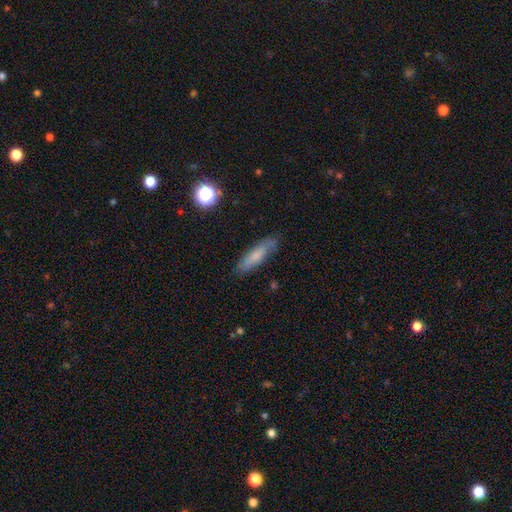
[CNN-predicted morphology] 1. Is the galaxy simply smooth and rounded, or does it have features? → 64% smooth, 27% featured or disk, 9% star or artifact.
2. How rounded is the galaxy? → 68% cigar-shaped, 29% in between, 2% round.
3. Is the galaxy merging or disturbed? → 80% none, 15% minor disturbance, 3% major disturbance, 2% merger.